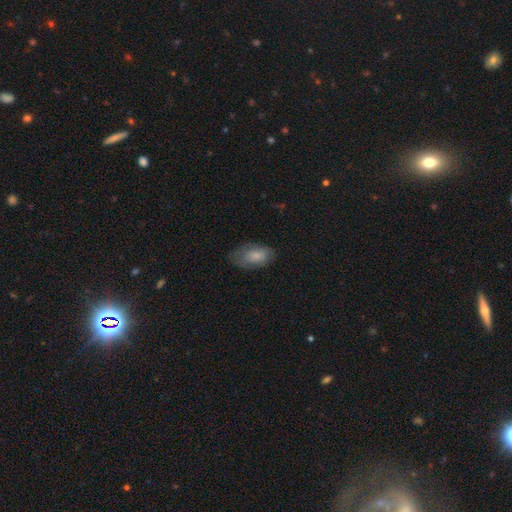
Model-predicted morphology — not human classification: Smooth or featured? smooth (77%)
How rounded? in between (92%)
Merging? none (59%)